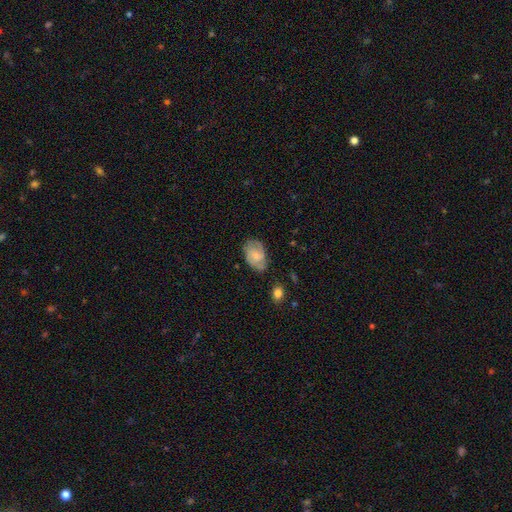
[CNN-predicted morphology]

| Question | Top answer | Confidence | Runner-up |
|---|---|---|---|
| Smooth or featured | featured or disk | 52% | smooth (40%) |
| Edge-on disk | no | 97% | yes (3%) |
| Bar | no | 63% | weak (33%) |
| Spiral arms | yes | 85% | no (15%) |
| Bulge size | small | 58% | moderate (29%) |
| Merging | none | 67% | minor disturbance (24%) |